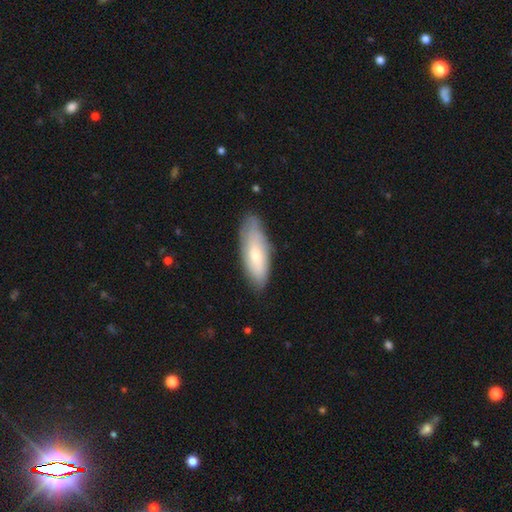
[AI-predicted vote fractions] Overall: smooth (62%; featured or disk 32%). How rounded: in between (64%; cigar-shaped 35%). Merging: none (76%).